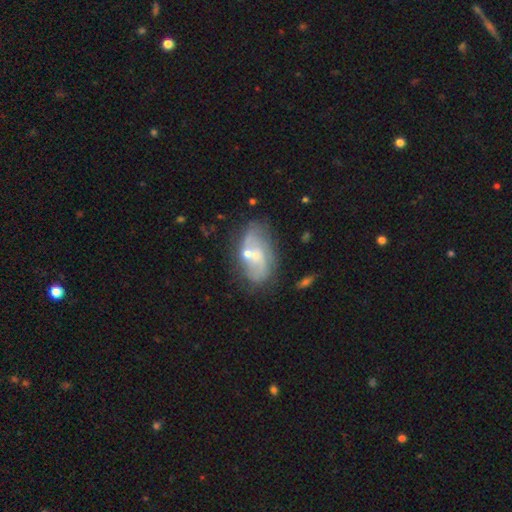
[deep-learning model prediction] The model was most divided on "bulge size": small: 58%, moderate: 33%, none: 6%, large: 2%, dominant: 1%. More confident: edge-on disk — no (94%); bar — no (67%); spiral arms — yes (63%); smooth or featured — featured or disk (62%); merging — none (51%).